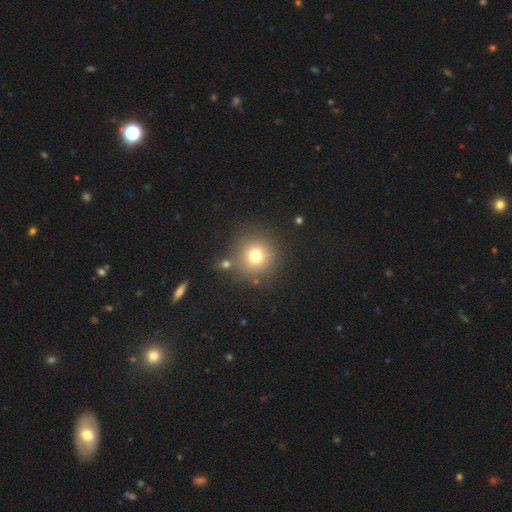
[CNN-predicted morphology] Smooth or featured? smooth (74%)
How rounded? round (94%)
Merging? none (81%)